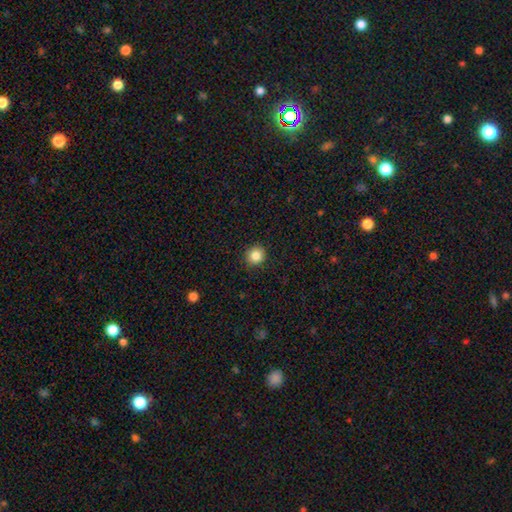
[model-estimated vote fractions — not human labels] A smooth galaxy with no disk features (85%) that is round (91%). Merging: none (92%).